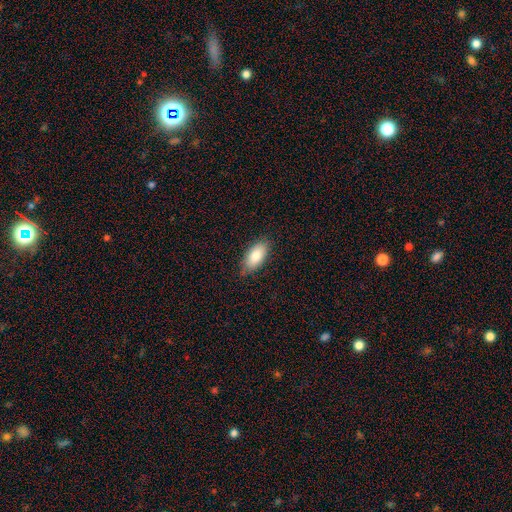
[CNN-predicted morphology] Smooth or featured? Predicted: smooth (p=0.83). How rounded? Predicted: in between (p=0.91). Merging? Predicted: none (p=0.83).